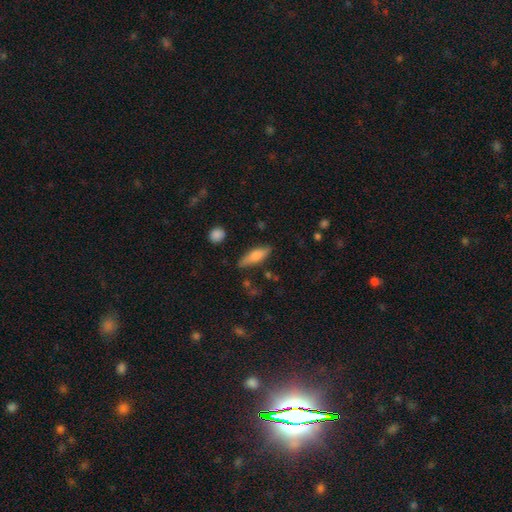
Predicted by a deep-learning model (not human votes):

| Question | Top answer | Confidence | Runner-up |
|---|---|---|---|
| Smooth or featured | smooth | 70% | featured or disk (23%) |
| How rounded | in between | 54% | cigar-shaped (44%) |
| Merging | none | 79% | minor disturbance (15%) |